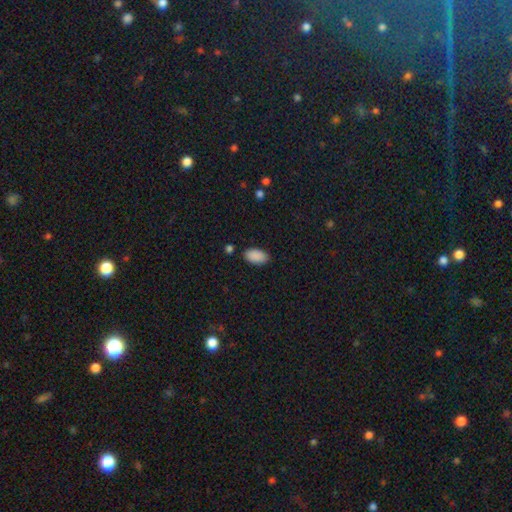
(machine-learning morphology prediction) This is clearly a smooth galaxy (89%). How rounded: clearly in between (95%). Merging: clearly none (86%).